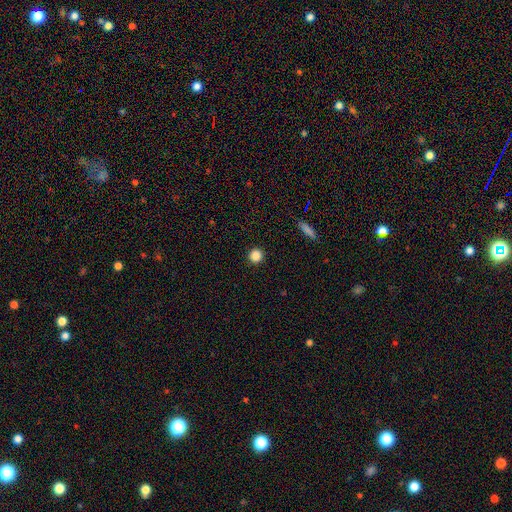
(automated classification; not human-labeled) Q: Smooth or featured?
A: smooth (86%); runner-up: star or artifact (10%)
Q: How rounded?
A: round (95%); runner-up: in between (4%)
Q: Merging?
A: none (93%); runner-up: minor disturbance (5%)